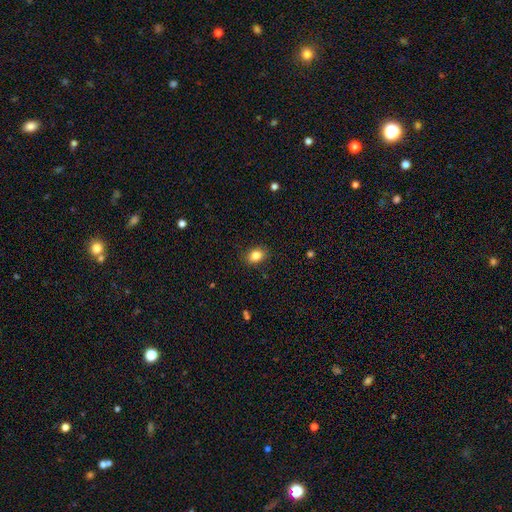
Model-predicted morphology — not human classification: Smooth or featured?
  - smooth: 84% *
  - star or artifact: 10%
  - featured or disk: 6%
How rounded?
  - in between: 61% *
  - round: 38%
  - cigar-shaped: 1%
Merging?
  - none: 87% *
  - minor disturbance: 9%
  - major disturbance: 2%
  - merger: 1%